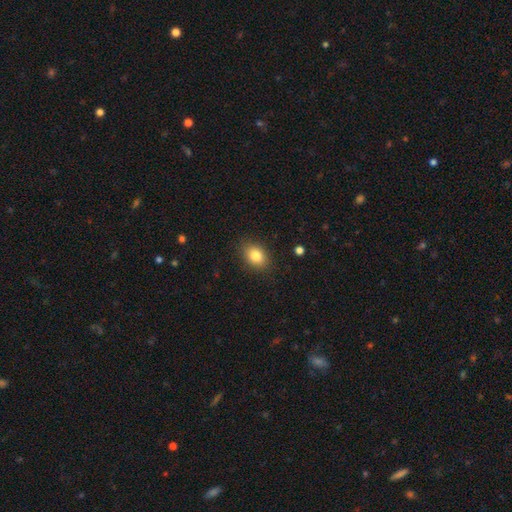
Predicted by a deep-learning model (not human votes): Smooth or featured: smooth — 83% (star or artifact — 9%)
How rounded: in between — 69% (round — 30%)
Merging: none — 87% (minor disturbance — 9%)